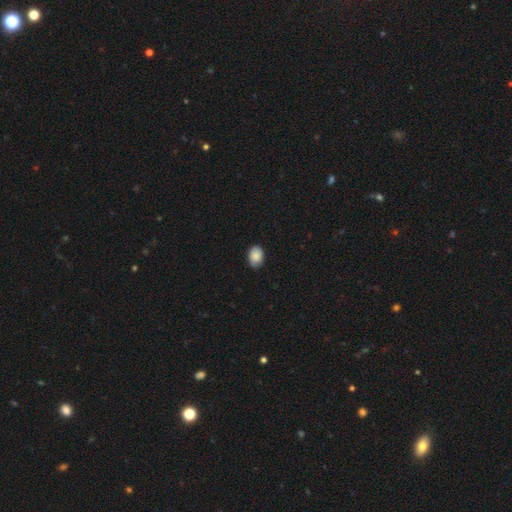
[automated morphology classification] This appears to be a smooth galaxy with no disk features (86%) that is in between round and cigar-shaped (75%). Merging: none (79%).